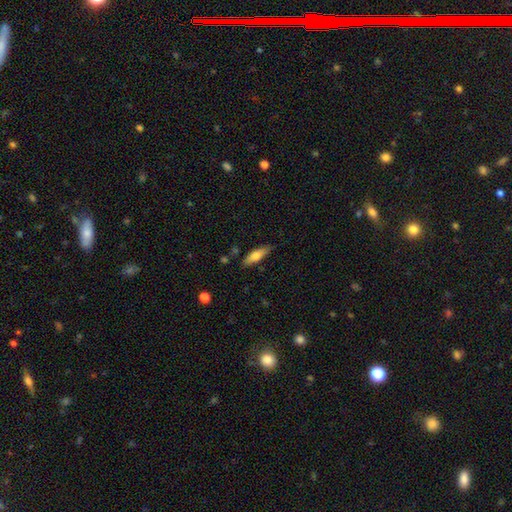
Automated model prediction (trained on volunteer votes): Overall: smooth (64%; featured or disk 30%). How rounded: cigar-shaped (61%; in between 37%). Merging: none (83%).